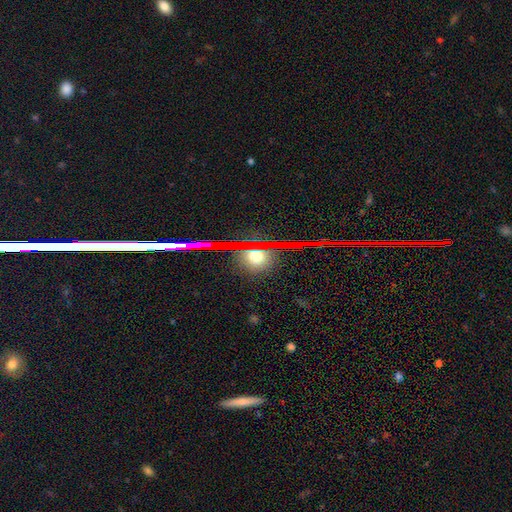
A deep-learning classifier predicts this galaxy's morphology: A smooth galaxy with no disk features (62%) that is round (72%). Merging: none (85%).